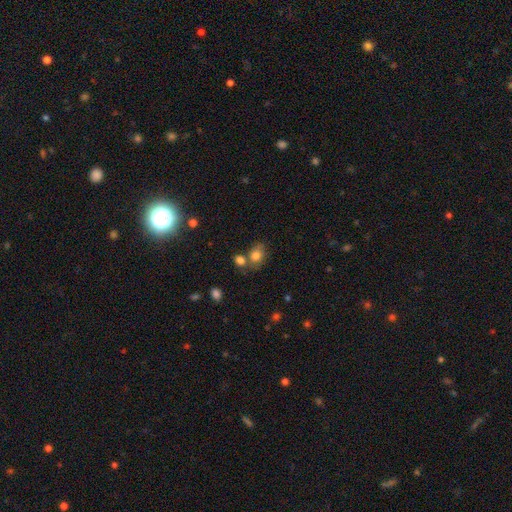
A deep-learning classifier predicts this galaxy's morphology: This appears to be a smooth galaxy with no disk features (80%) that is in between round and cigar-shaped (61%). Merging: none (51%).